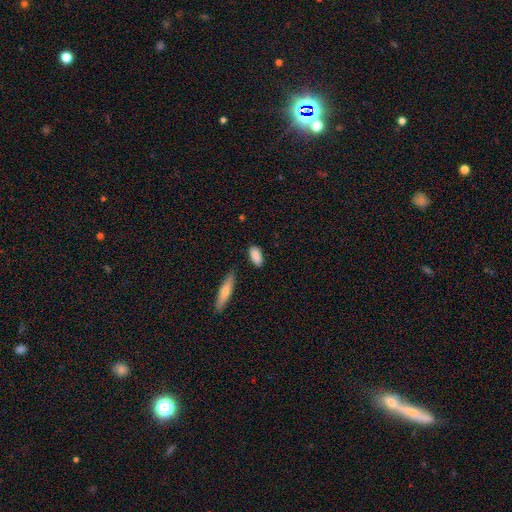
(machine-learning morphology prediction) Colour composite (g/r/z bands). It shows a smooth galaxy with no disk features (87%) that is in between round and cigar-shaped (86%). Merging: none (80%).